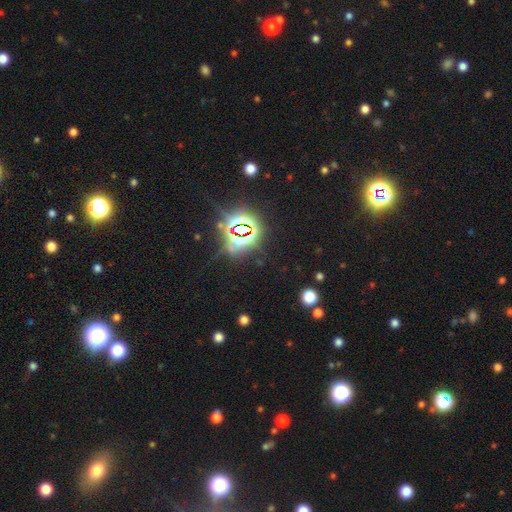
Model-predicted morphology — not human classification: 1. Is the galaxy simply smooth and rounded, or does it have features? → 79% star or artifact, 14% smooth, 7% featured or disk.